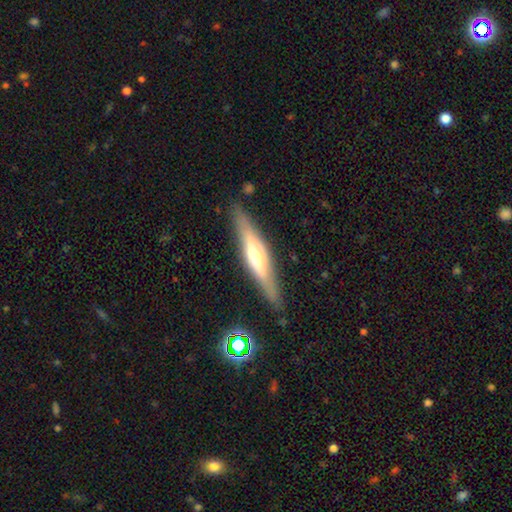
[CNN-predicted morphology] Smooth or featured?
  - featured or disk: 58% *
  - smooth: 36%
  - star or artifact: 6%
Edge-on disk?
  - yes: 92% *
  - no: 8%
Edge-on bulge?
  - rounded: 78% *
  - none: 12%
  - boxy: 11%
Merging?
  - none: 86% *
  - minor disturbance: 10%
  - major disturbance: 2%
  - merger: 2%